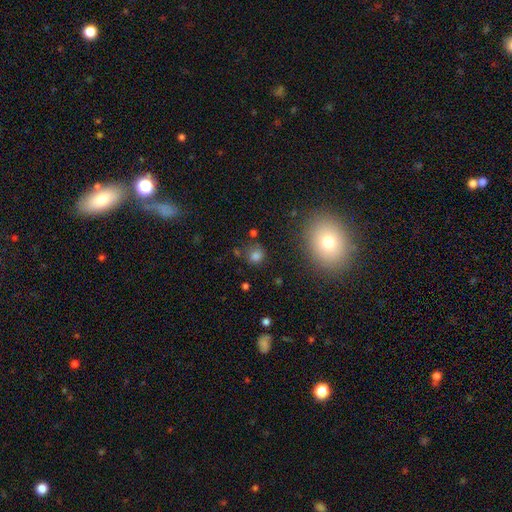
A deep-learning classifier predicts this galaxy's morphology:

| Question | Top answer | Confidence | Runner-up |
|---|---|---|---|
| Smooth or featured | smooth | 75% | star or artifact (19%) |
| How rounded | round | 81% | in between (17%) |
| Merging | none | 75% | minor disturbance (14%) |